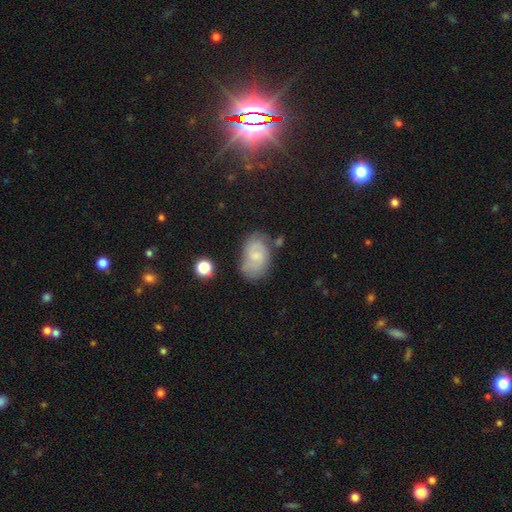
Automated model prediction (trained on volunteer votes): Smooth or featured?
  - featured or disk: 55% *
  - smooth: 35%
  - star or artifact: 9%
Edge-on disk?
  - no: 97% *
  - yes: 3%
Bar?
  - weak: 48% *
  - no: 45%
  - strong: 7%
Spiral arms?
  - yes: 86% *
  - no: 14%
Bulge size?
  - small: 58% *
  - moderate: 24%
  - none: 15%
  - large: 2%
  - dominant: 1%
Merging?
  - none: 64% *
  - minor disturbance: 23%
  - major disturbance: 7%
  - merger: 5%